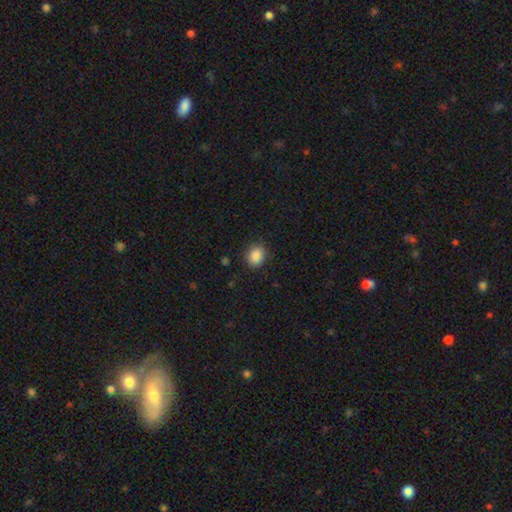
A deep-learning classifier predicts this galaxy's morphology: Smooth or featured? smooth (87%)
How rounded? round (56%)
Merging? none (87%)